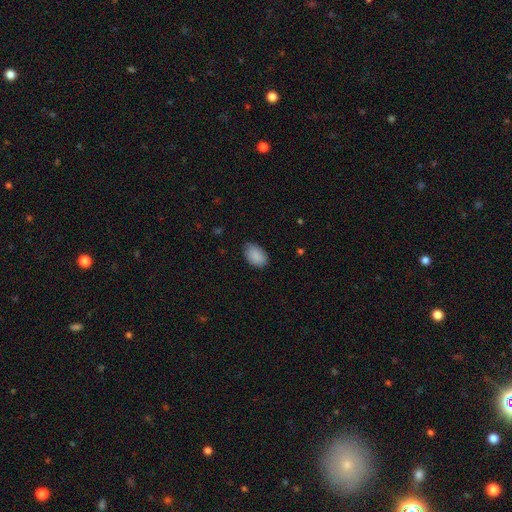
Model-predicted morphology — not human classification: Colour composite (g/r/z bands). It shows a smooth galaxy with no disk features (89%) that is in between round and cigar-shaped (89%). Merging: none (77%).